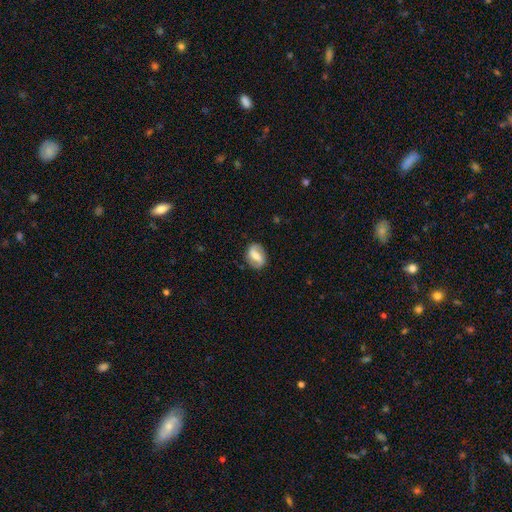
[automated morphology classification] Overall: featured or disk (66%; smooth 28%). Edge-on disk: no (95%). Bar: strong (45%; weak 36%). Spiral arms: yes (83%). Spiral arm count: 2 (89%). Spiral winding: loose (51%; medium 32%). Bulge size: moderate (55%; small 31%). Merging: none (83%).